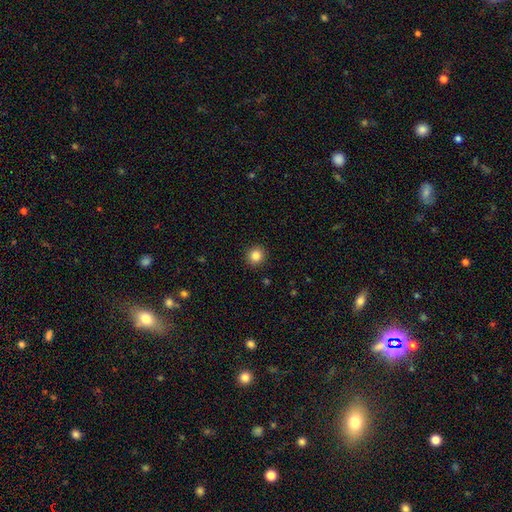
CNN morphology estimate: Smooth or featured?
  - smooth: 84% *
  - star or artifact: 11%
  - featured or disk: 5%
How rounded?
  - round: 92% *
  - in between: 7%
  - cigar-shaped: 1%
Merging?
  - none: 92% *
  - minor disturbance: 5%
  - major disturbance: 2%
  - merger: 1%